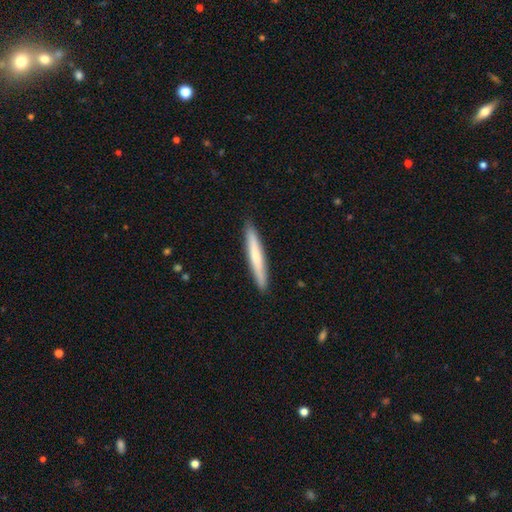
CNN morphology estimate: A smooth galaxy with no disk features (62%) that is cigar-shaped (96%).

Vote fractions:
- Smooth or featured? smooth: 62% / featured or disk: 33% / star or artifact: 5%
- How rounded? cigar-shaped: 96% / in between: 3% / round: 1%
- Merging? none: 91% / minor disturbance: 7% / major disturbance: 1% / merger: 1%